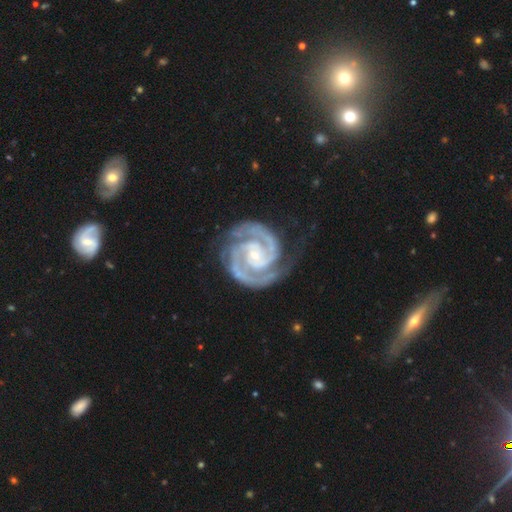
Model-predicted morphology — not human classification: Overall: featured or disk (94%). Edge-on disk: no (98%). Bar: no (57%; weak 28%). Spiral arms: yes (99%). Spiral arm count: 2 (87%). Spiral winding: tight (70%). Bulge size: small (79%). Merging: none (74%).